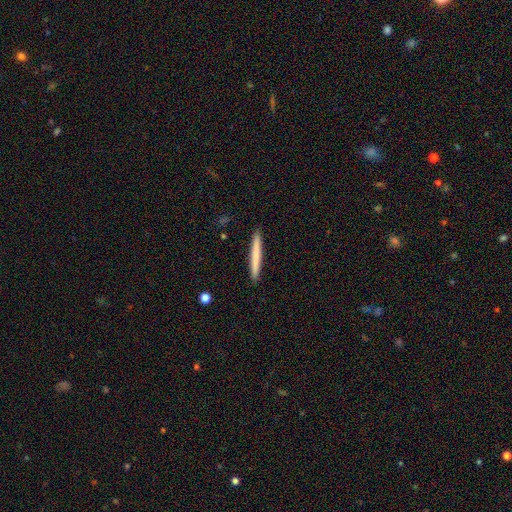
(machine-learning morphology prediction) This appears to be a smooth galaxy with no disk features (71%) that is cigar-shaped (97%). Merging: none (93%).